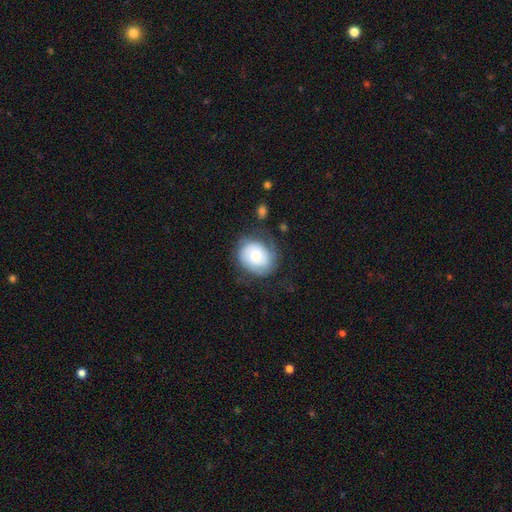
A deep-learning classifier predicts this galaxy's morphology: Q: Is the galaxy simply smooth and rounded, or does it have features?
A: smooth — 52%.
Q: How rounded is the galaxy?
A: round — 63%.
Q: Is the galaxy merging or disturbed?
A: none — 63%.